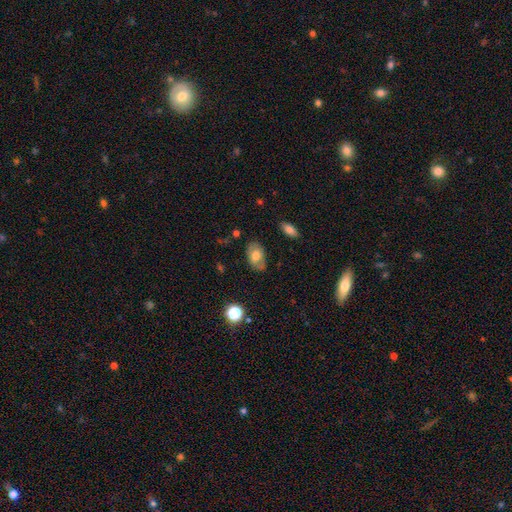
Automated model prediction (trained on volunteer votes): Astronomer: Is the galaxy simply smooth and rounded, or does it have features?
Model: smooth — 61%.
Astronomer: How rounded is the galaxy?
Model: in between — 88%.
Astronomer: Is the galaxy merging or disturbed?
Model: none — 73%.